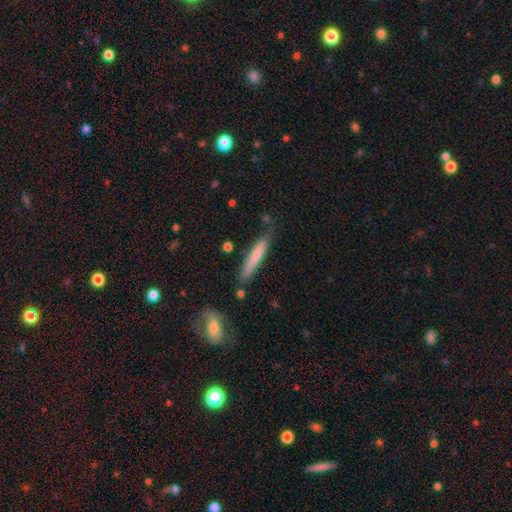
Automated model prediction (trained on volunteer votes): smooth_or_featured: smooth (p=0.69) [alt: featured or disk p=0.25]
how_rounded: cigar-shaped (p=0.93) [alt: in between p=0.06]
merging: none (p=0.78) [alt: minor disturbance p=0.15]